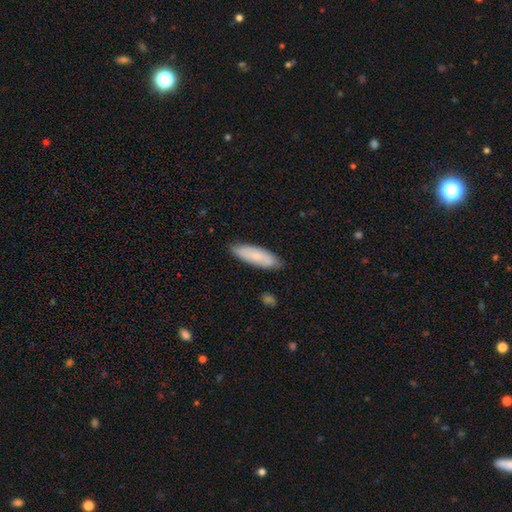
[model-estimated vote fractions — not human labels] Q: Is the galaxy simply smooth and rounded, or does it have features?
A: smooth — 77%.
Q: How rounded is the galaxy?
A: cigar-shaped — 51%.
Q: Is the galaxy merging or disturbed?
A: none — 85%.